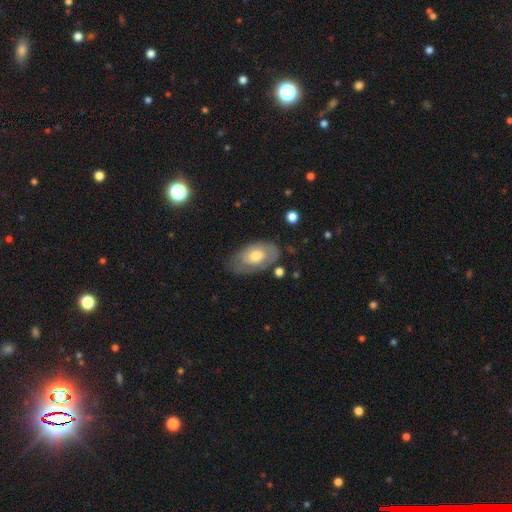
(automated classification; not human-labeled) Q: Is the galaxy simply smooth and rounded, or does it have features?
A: smooth — 51%.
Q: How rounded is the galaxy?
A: in between — 91%.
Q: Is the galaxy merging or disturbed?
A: none — 59%.